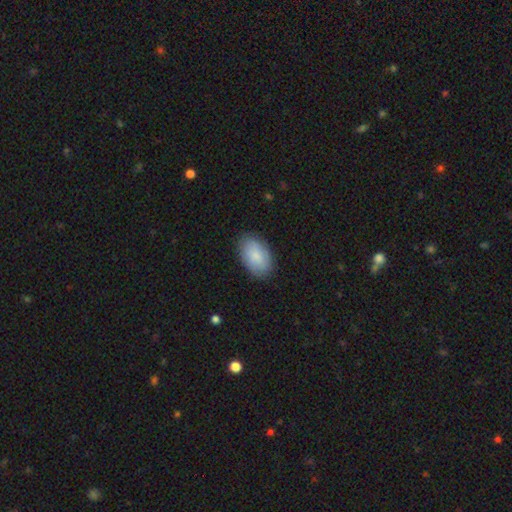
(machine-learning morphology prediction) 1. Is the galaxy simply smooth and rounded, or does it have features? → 84% smooth, 10% featured or disk, 6% star or artifact.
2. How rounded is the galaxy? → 93% in between, 6% round, 1% cigar-shaped.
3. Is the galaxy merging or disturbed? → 85% none, 12% minor disturbance, 3% major disturbance, 1% merger.